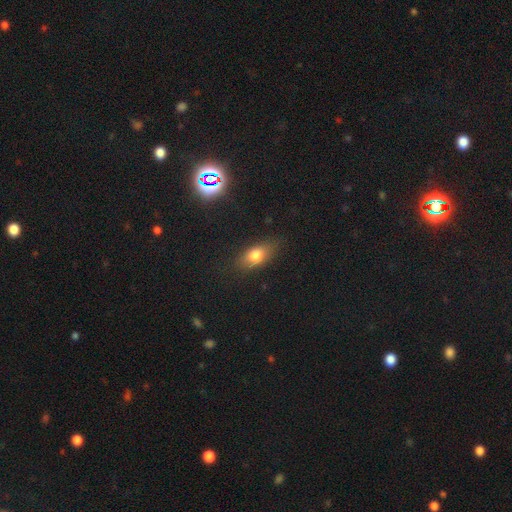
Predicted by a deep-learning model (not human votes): Smooth or featured? Predicted: smooth (p=0.75). How rounded? Predicted: in between (p=0.80). Merging? Predicted: none (p=0.79).